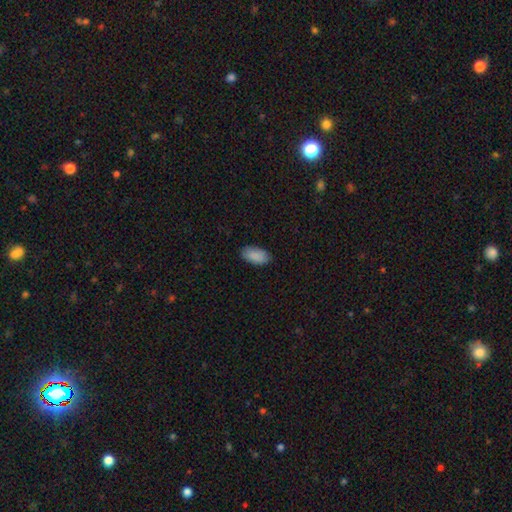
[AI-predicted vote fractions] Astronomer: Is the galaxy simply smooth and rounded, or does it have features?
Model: smooth — 90%.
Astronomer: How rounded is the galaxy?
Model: in between — 95%.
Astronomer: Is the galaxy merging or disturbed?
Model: none — 86%.